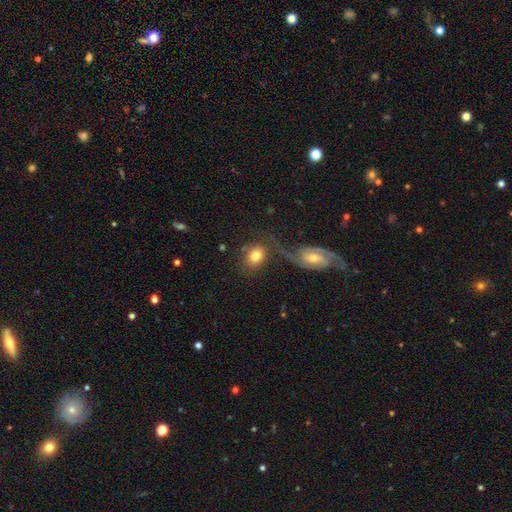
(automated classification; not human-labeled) smooth 71%, featured or disk 21%, star or artifact 7%. Down the decision tree: how rounded — in between (49%, tied with round); merging — none (48%).